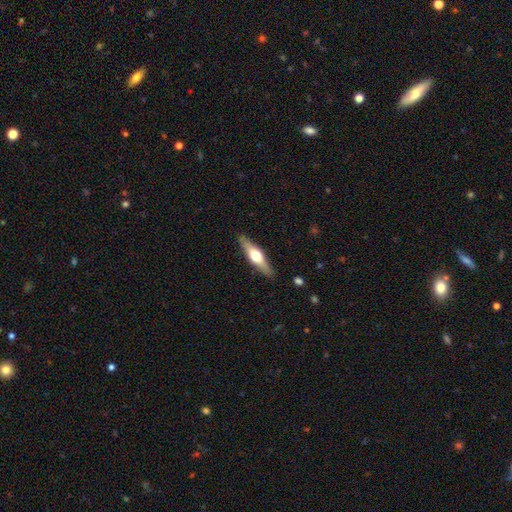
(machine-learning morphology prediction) Q: Smooth or featured?
A: featured or disk (57%); runner-up: smooth (37%)
Q: Edge-on disk?
A: yes (94%); runner-up: no (6%)
Q: Edge-on bulge?
A: rounded (94%); runner-up: boxy (3%)
Q: Merging?
A: none (89%); runner-up: minor disturbance (8%)